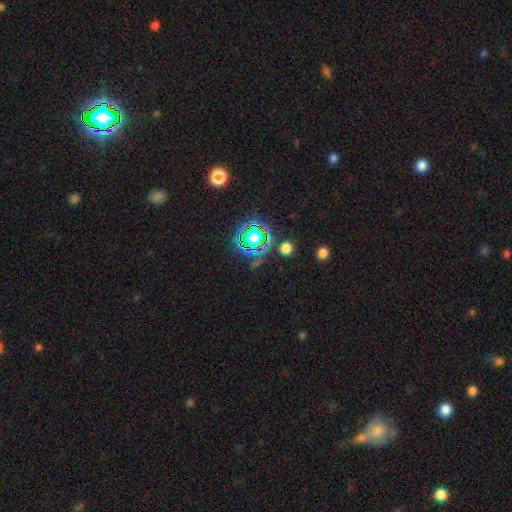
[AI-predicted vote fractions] A star or artifact, not a galaxy (77%).

Vote fractions:
- Smooth or featured? star or artifact: 77% / smooth: 15% / featured or disk: 8%